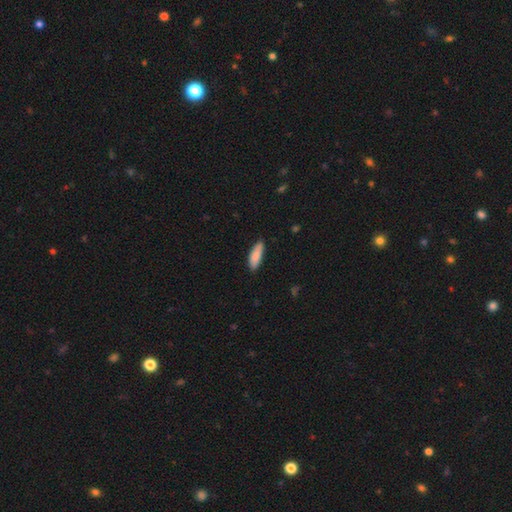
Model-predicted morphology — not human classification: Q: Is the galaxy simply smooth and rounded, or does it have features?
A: smooth — 88%.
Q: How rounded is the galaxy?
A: in between — 54%.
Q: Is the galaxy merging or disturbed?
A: none — 83%.